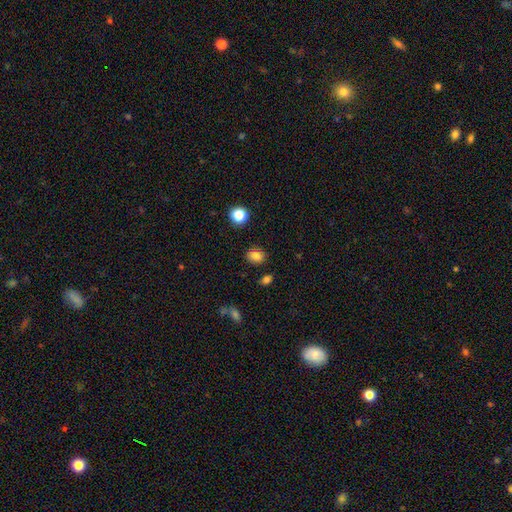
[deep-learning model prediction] Smooth or featured? smooth (83%)
How rounded? in between (53%)
Merging? none (85%)